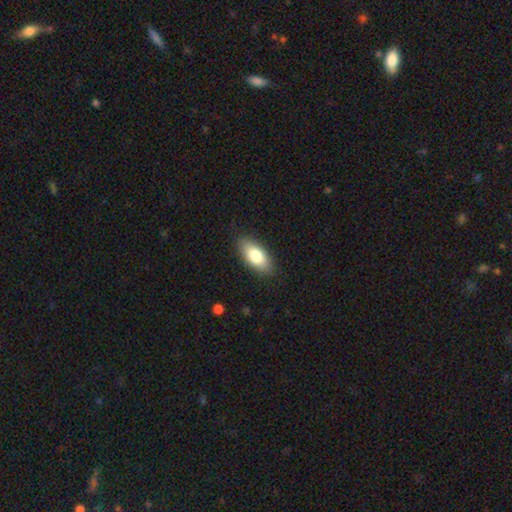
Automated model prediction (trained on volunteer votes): Smooth or featured?
  - smooth: 79% *
  - featured or disk: 15%
  - star or artifact: 6%
How rounded?
  - in between: 87% *
  - cigar-shaped: 10%
  - round: 3%
Merging?
  - none: 86% *
  - minor disturbance: 10%
  - major disturbance: 2%
  - merger: 1%